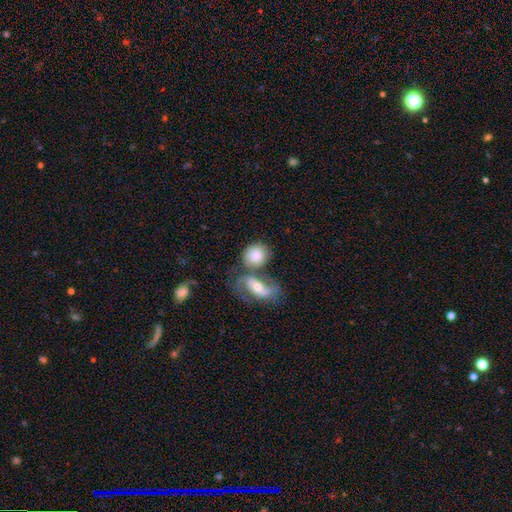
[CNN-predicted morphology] This appears to be a smooth galaxy with no disk features (71%) that is round (59%). Merging: merger (46%).